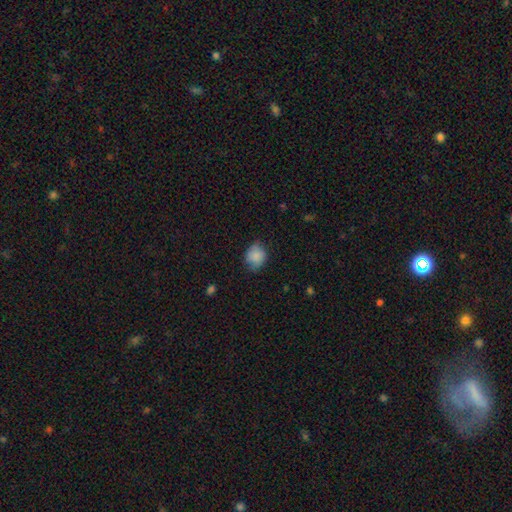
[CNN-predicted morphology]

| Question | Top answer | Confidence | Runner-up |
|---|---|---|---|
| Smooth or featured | smooth | 82% | featured or disk (10%) |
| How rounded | round | 61% | in between (38%) |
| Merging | none | 66% | minor disturbance (26%) |